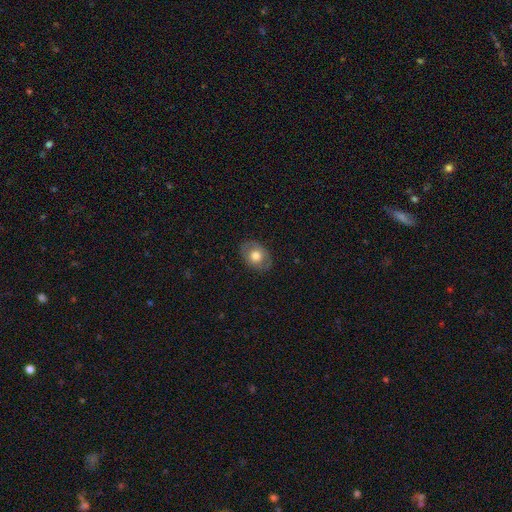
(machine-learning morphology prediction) Q: Smooth or featured?
A: smooth (68%); runner-up: featured or disk (25%)
Q: How rounded?
A: in between (70%); runner-up: round (29%)
Q: Merging?
A: none (83%); runner-up: minor disturbance (12%)